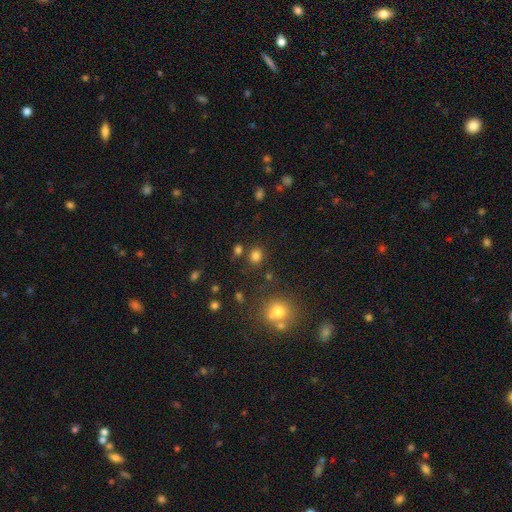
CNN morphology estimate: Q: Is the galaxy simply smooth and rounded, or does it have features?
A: smooth — 78%.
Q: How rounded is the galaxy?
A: round — 66%.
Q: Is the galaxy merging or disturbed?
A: none — 80%.